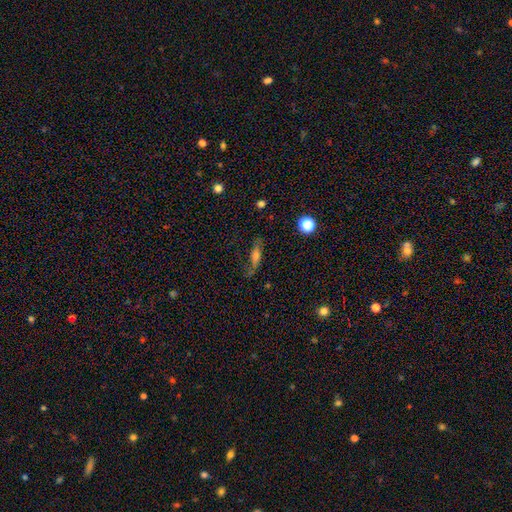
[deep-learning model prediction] smooth-or-featured: featured or disk: 43% | smooth: 42% | star or artifact: 15%
  merging: none: 69% | minor disturbance: 19% | major disturbance: 10% | merger: 3%